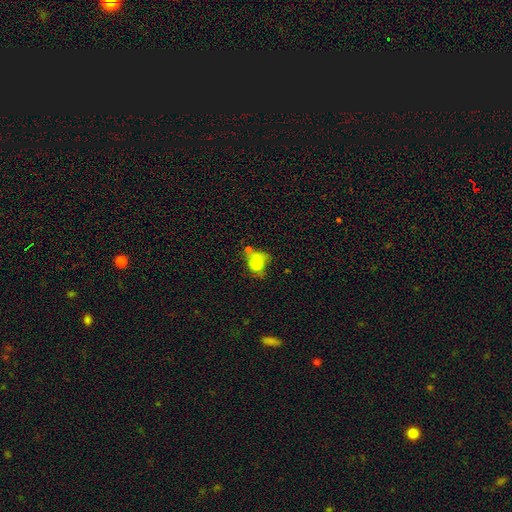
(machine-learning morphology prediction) smooth 61%, star or artifact 19%, featured or disk 19%. Down the decision tree: how rounded — round (66%); merging — none (40%).